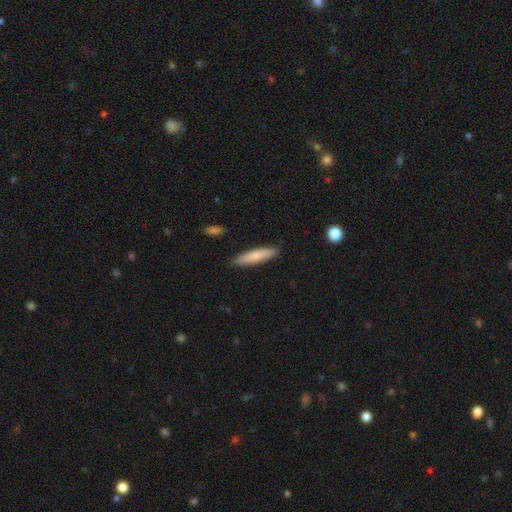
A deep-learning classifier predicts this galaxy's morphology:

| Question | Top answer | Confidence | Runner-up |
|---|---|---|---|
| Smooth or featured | smooth | 75% | featured or disk (19%) |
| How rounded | cigar-shaped | 85% | in between (14%) |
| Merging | none | 89% | minor disturbance (8%) |